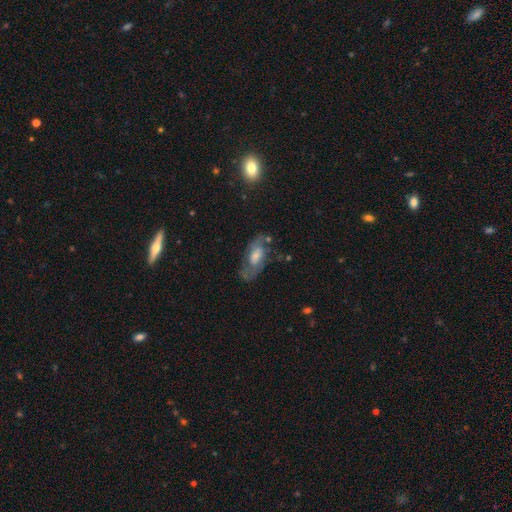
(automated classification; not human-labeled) Smooth or featured? featured or disk (72%)
Edge-on disk? no (90%)
Bar? no (52%)
Spiral arms? yes (82%)
Spiral winding? medium (49%)
Spiral arm count? 2 (73%)
Bulge size? moderate (49%)
Merging? none (67%)